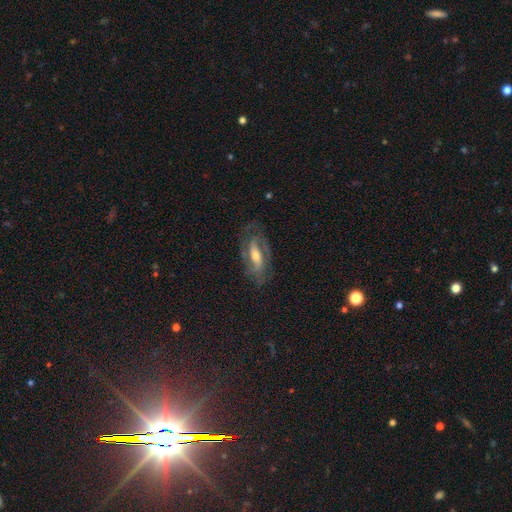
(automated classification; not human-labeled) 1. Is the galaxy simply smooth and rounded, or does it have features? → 78% featured or disk, 16% smooth, 7% star or artifact.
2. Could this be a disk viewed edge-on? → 88% no, 12% yes.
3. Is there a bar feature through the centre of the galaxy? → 38% strong, 35% weak, 27% no.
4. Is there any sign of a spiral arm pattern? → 89% yes, 11% no.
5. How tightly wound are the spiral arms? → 45% medium, 35% tight, 20% loose.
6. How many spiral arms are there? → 75% 2, 13% can't tell, 5% 1, 4% 3, 2% 4, 1% more than 4.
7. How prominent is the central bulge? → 58% moderate, 32% small, 7% large, 2% none, 1% dominant.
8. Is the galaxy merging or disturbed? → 71% none, 17% minor disturbance, 10% major disturbance, 1% merger.